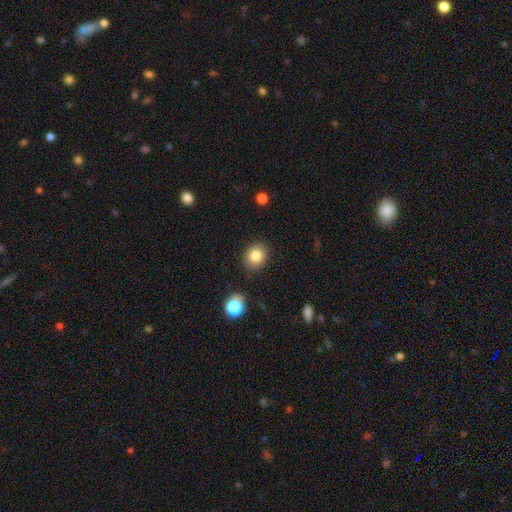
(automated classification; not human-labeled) smooth_or_featured: smooth (p=0.82) [alt: star or artifact p=0.10]
how_rounded: round (p=0.59) [alt: in between p=0.40]
merging: none (p=0.86) [alt: minor disturbance p=0.09]